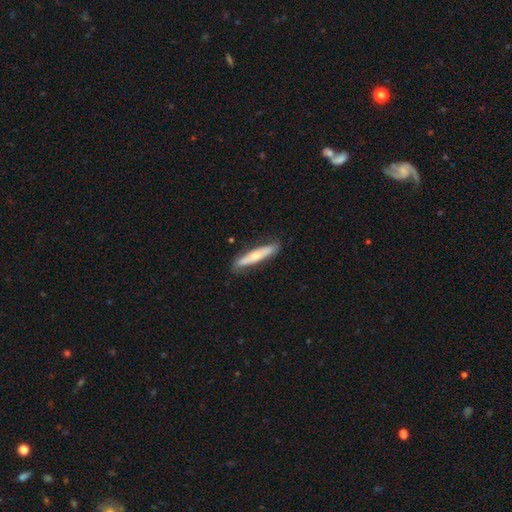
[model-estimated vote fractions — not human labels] A smooth galaxy with no disk features (55%) that is cigar-shaped (87%). Merging: none (82%).